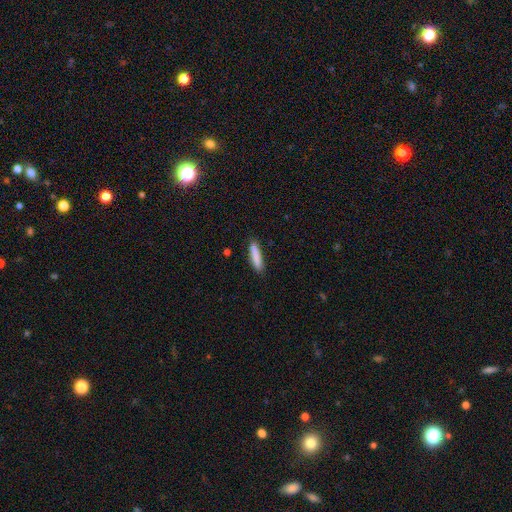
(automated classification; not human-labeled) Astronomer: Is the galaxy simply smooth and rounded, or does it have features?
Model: smooth — 86%.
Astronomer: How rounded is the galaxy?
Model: cigar-shaped — 85%.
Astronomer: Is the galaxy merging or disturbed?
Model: none — 89%.